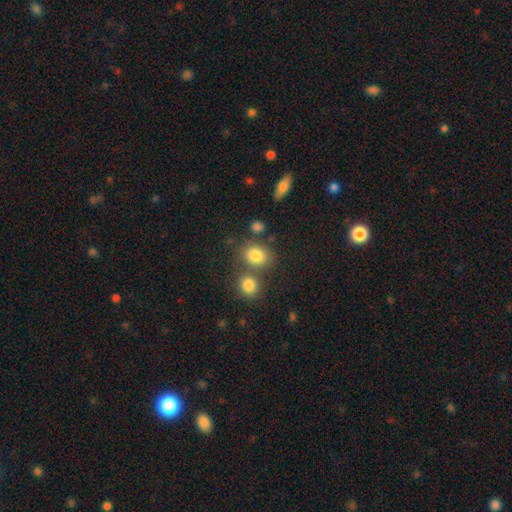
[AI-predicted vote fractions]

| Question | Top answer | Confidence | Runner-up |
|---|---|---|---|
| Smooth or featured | smooth | 81% | star or artifact (11%) |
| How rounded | round | 50% | in between (49%) |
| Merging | none | 58% | merger (26%) |